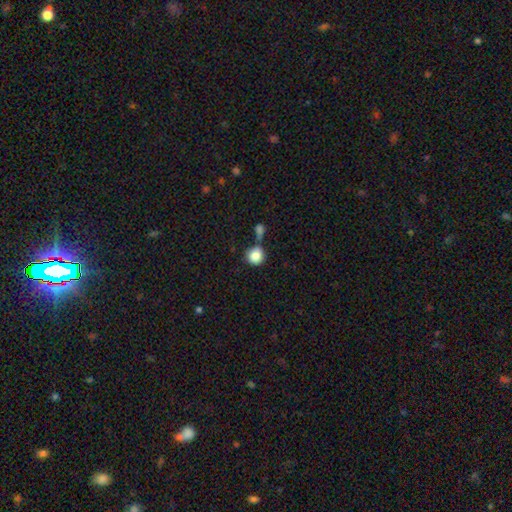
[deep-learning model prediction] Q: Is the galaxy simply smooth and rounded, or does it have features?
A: smooth — 85%.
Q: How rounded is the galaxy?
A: round — 91%.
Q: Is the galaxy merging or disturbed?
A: none — 54%.